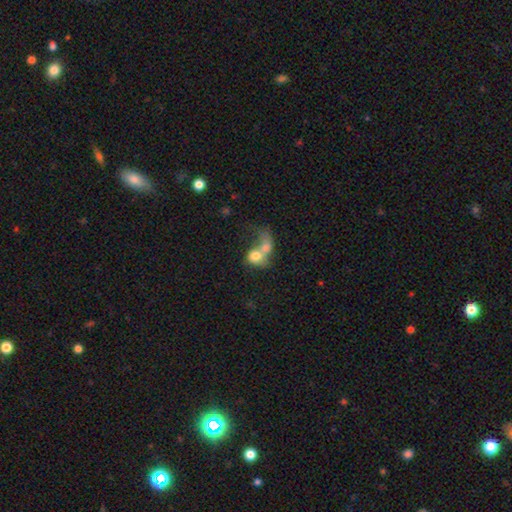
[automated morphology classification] smooth-or-featured: smooth: 66% | featured or disk: 25% | star or artifact: 9%
  how-rounded: round: 52% | in between: 46% | cigar-shaped: 2%
  merging: merger: 76% | major disturbance: 11% | none: 8% | minor disturbance: 5%